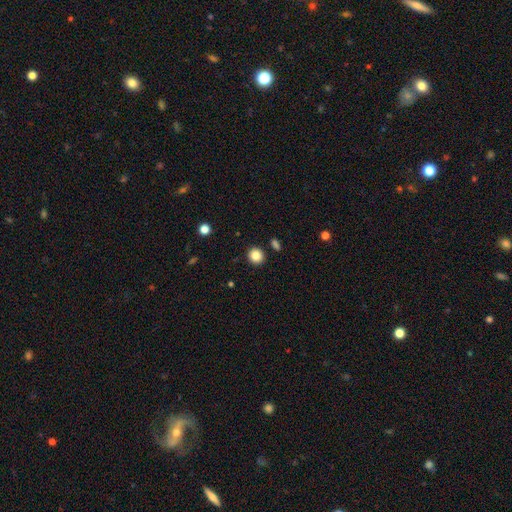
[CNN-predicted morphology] smooth 86%, star or artifact 10%, featured or disk 4%. Down the decision tree: how rounded — round (86%); merging — none (90%).